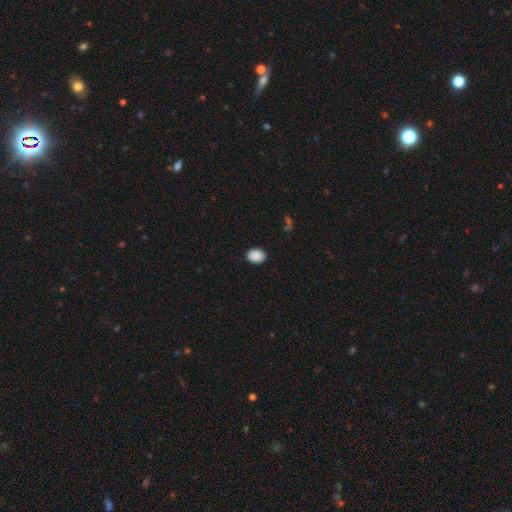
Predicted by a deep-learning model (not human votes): Smooth or featured?
  - smooth: 89% *
  - star or artifact: 8%
  - featured or disk: 3%
How rounded?
  - in between: 54% *
  - round: 45%
  - cigar-shaped: 1%
Merging?
  - none: 89% *
  - minor disturbance: 8%
  - major disturbance: 2%
  - merger: 1%